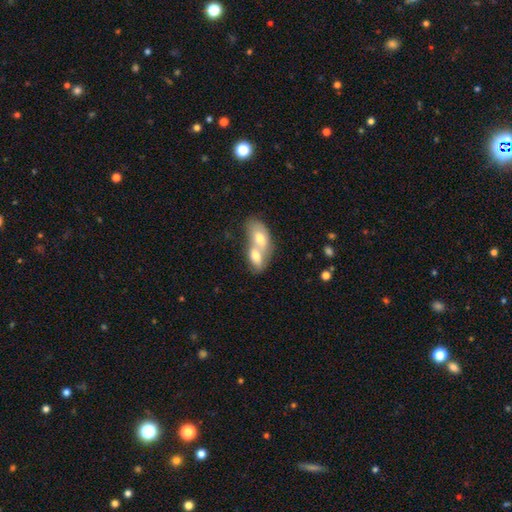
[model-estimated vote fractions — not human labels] This is likely a smooth galaxy (67%). How rounded: clearly in between (86%). Merging: clearly merger (82%).